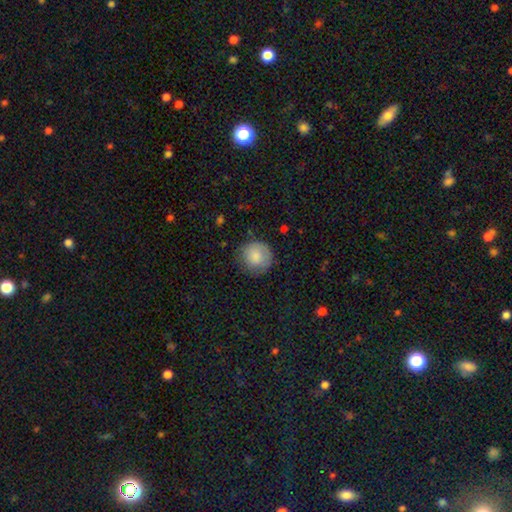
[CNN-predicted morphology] smooth 83%, featured or disk 10%, star or artifact 7%. Down the decision tree: how rounded — round (94%); merging — none (77%).